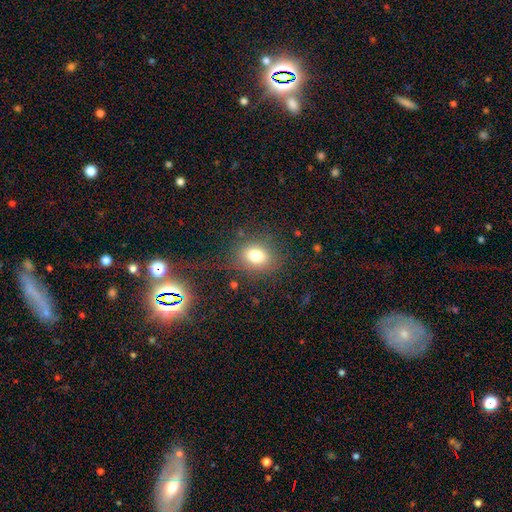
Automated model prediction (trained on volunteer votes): Smooth or featured?
  - smooth: 78% *
  - star or artifact: 12%
  - featured or disk: 10%
How rounded?
  - in between: 59% *
  - round: 40%
  - cigar-shaped: 1%
Merging?
  - none: 76% *
  - minor disturbance: 14%
  - major disturbance: 8%
  - merger: 3%